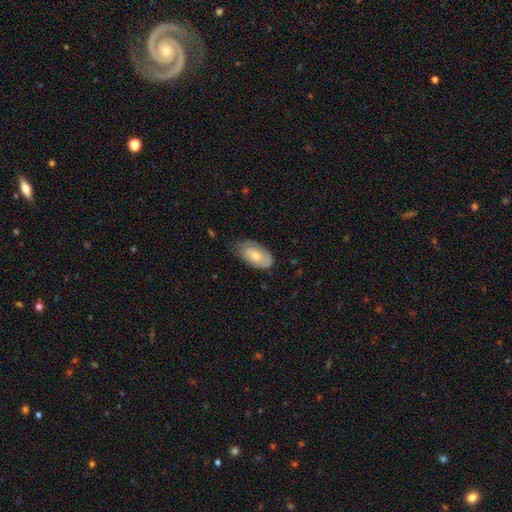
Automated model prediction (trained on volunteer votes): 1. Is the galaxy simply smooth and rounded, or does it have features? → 67% smooth, 28% featured or disk, 6% star or artifact.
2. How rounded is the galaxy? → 94% in between, 4% round, 2% cigar-shaped.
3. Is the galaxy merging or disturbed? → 53% none, 35% minor disturbance, 10% major disturbance, 1% merger.